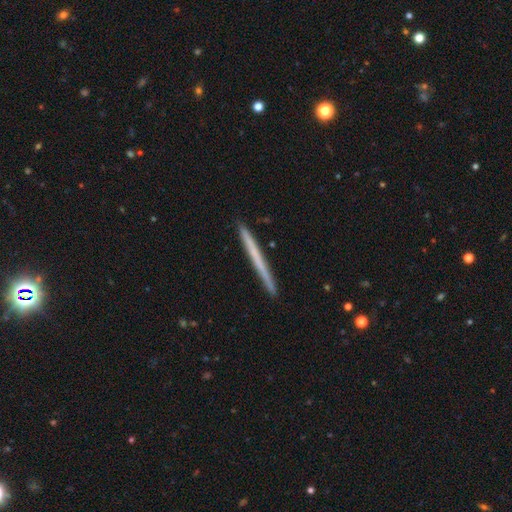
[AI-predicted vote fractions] Smooth or featured? smooth (51%)
How rounded? cigar-shaped (97%)
Merging? none (92%)